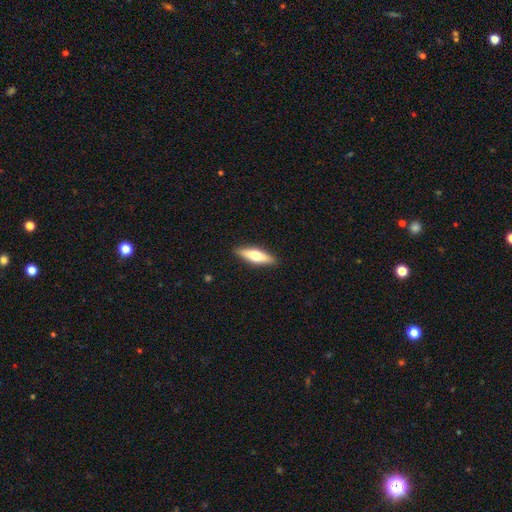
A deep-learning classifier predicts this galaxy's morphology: Smooth or featured: smooth — 58% (featured or disk — 36%)
How rounded: cigar-shaped — 59% (in between — 39%)
Merging: none — 89% (minor disturbance — 8%)